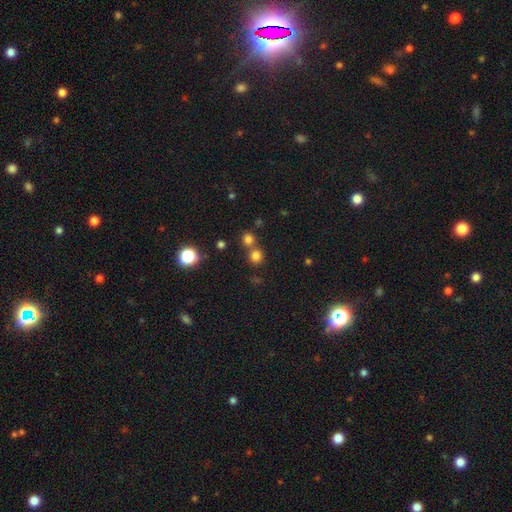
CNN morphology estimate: smooth 75%, star or artifact 20%, featured or disk 6%. Down the decision tree: how rounded — round (90%); merging — none (66%).